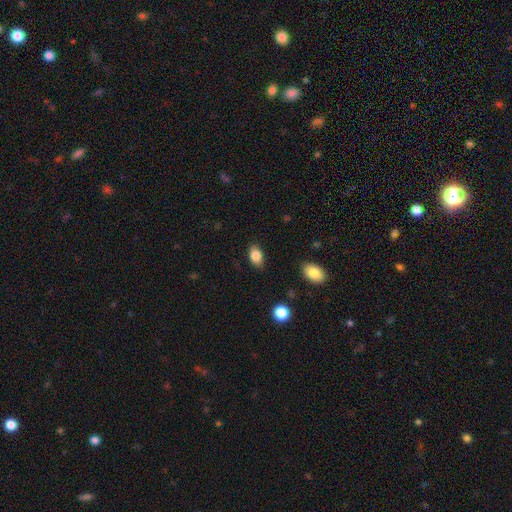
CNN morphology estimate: Overall: smooth (84%). How rounded: in between (88%). Merging: none (85%).